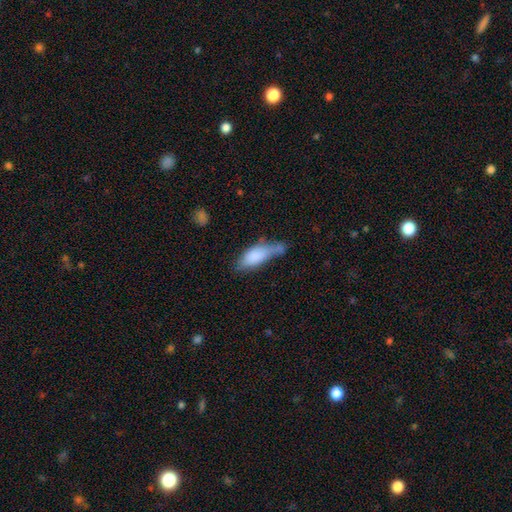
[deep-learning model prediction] A smooth galaxy with no disk features (79%) that is in between round and cigar-shaped (68%).

Vote fractions:
- Smooth or featured? smooth: 79% / featured or disk: 15% / star or artifact: 7%
- How rounded? in between: 68% / cigar-shaped: 29% / round: 3%
- Merging? none: 33% / minor disturbance: 32% / major disturbance: 19% / merger: 17%